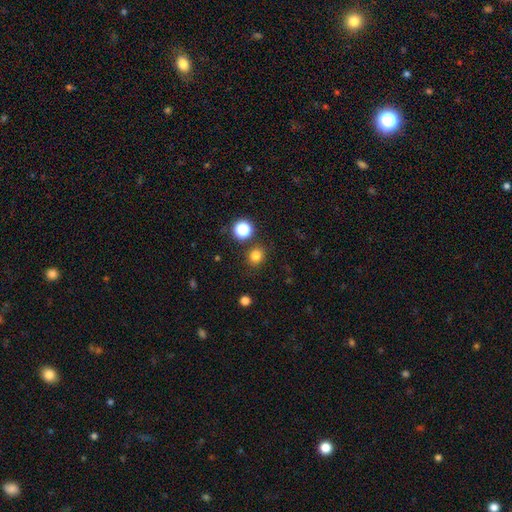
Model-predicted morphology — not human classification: smooth 79%, star or artifact 16%, featured or disk 5%. Down the decision tree: how rounded — round (82%); merging — none (84%).